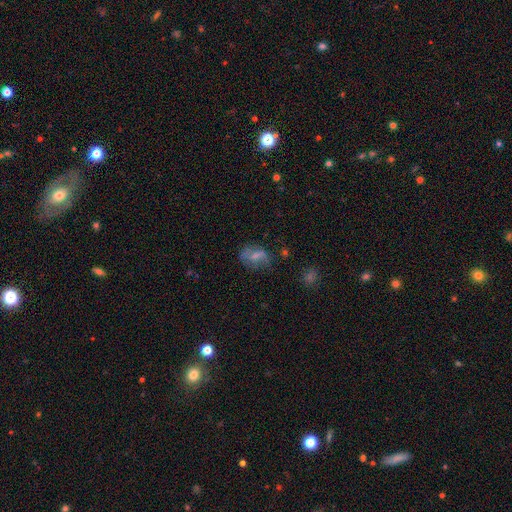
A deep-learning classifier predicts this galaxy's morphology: Smooth or featured?
  - smooth: 49% *
  - featured or disk: 40%
  - star or artifact: 11%
Merging?
  - none: 46% *
  - minor disturbance: 28%
  - major disturbance: 22%
  - merger: 4%